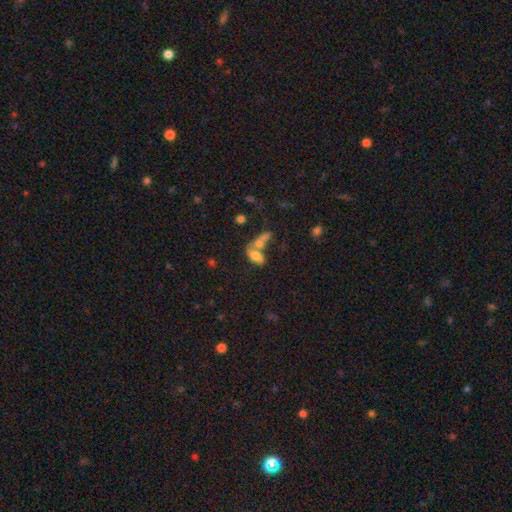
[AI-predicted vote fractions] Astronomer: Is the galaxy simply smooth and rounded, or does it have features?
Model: smooth — 69%.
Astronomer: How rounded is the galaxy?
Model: in between — 87%.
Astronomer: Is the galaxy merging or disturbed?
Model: merger — 57%.